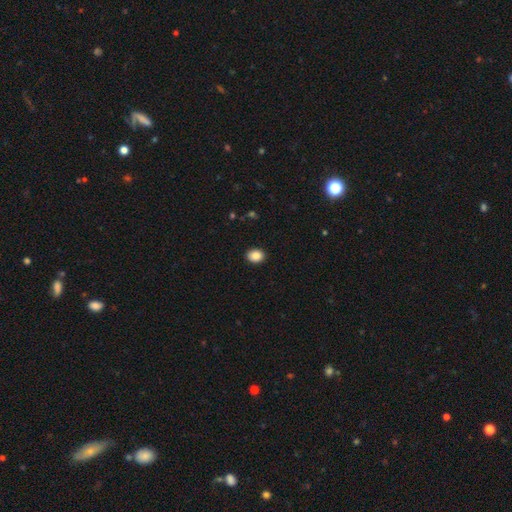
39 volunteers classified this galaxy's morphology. Smooth or featured?
  - smooth: 95% *
  - star or artifact: 5%
  - featured or disk: 0%
How rounded?
  - in between: 51% *
  - round: 49%
  - cigar-shaped: 0%
Merging?
  - none: 92% *
  - minor disturbance: 3%
  - major disturbance: 3%
  - merger: 3%